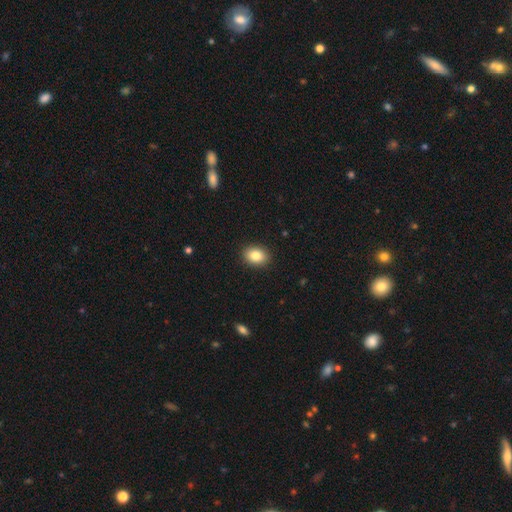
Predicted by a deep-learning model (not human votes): The model was most divided on "how rounded": in between: 69%, round: 30%, cigar-shaped: 1%. More confident: merging — none (90%); smooth or featured — smooth (85%).